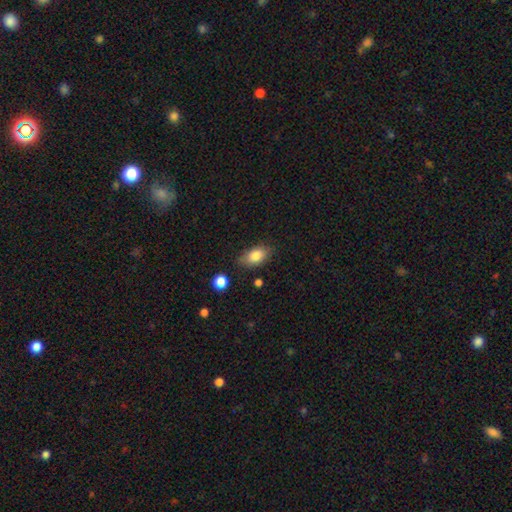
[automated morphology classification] Q: Smooth or featured?
A: smooth (82%); runner-up: featured or disk (10%)
Q: How rounded?
A: in between (88%); runner-up: round (8%)
Q: Merging?
A: none (77%); runner-up: minor disturbance (17%)